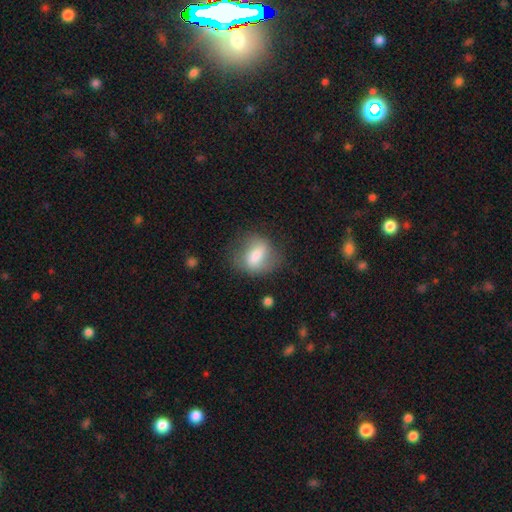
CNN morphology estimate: Smooth or featured? Predicted: smooth (p=0.67). How rounded? Predicted: in between (p=0.61). Merging? Predicted: none (p=0.63).